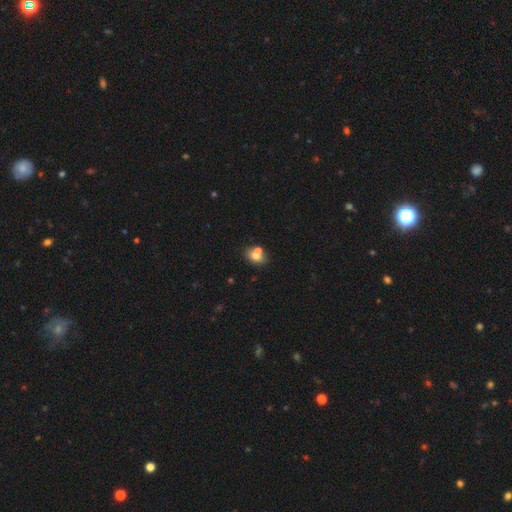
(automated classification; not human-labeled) Smooth or featured? Predicted: smooth (p=0.69). How rounded? Predicted: in between (p=0.65). Merging? Predicted: none (p=0.50).